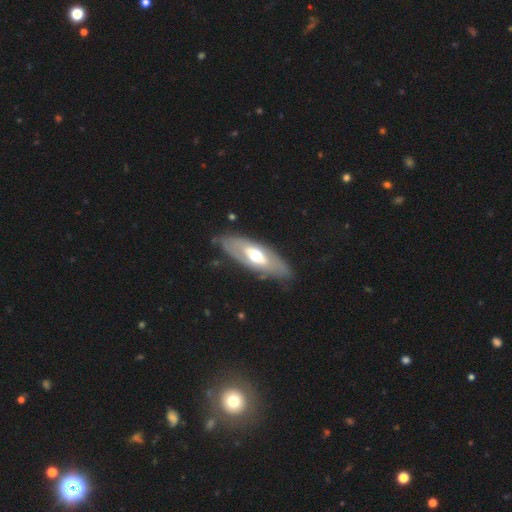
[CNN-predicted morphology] Smooth or featured: featured or disk — 59% (smooth — 37%)
Edge-on disk: no — 75% (yes — 25%)
Merging: none — 80% (minor disturbance — 14%)